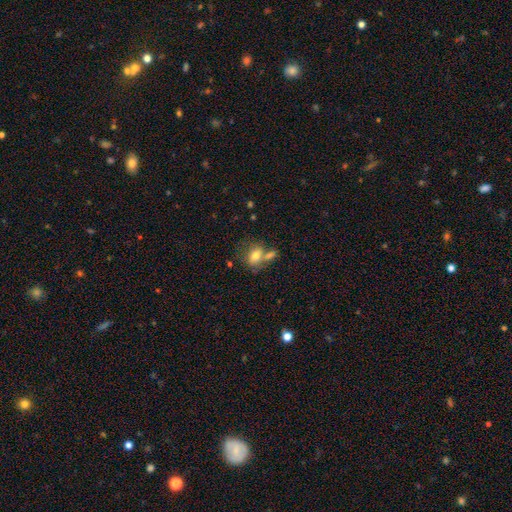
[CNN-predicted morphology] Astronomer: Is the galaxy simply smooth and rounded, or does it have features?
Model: smooth — 75%.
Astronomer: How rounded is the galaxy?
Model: in between — 62%.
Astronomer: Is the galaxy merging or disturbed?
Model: none — 43% (runner-up: merger, 37%).